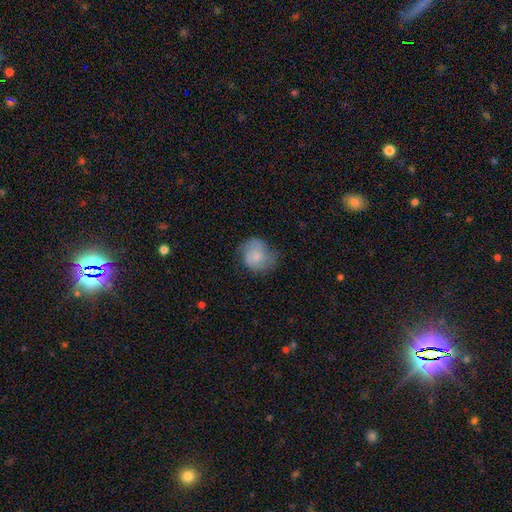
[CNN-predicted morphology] Smooth or featured: smooth — 58% (featured or disk — 35%)
How rounded: round — 76% (in between — 23%)
Merging: none — 56% (minor disturbance — 30%)